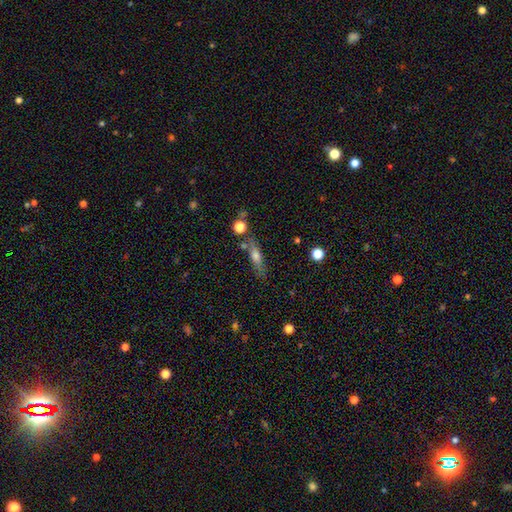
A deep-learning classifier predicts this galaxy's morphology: The model was most divided on "smooth or featured": smooth: 55%, featured or disk: 36%, star or artifact: 9%. More confident: merging — none (68%); how rounded — cigar-shaped (65%).